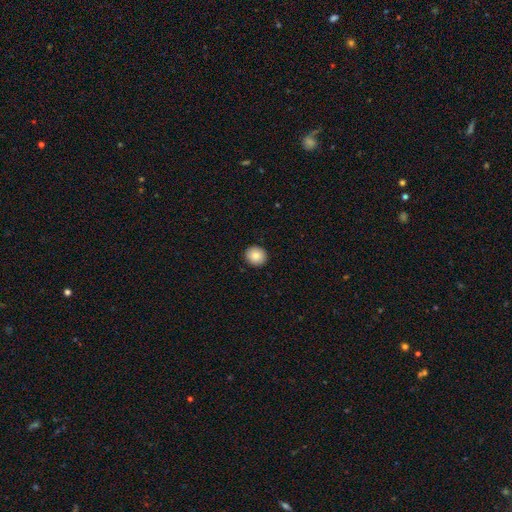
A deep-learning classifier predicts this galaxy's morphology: Smooth or featured? smooth (86%)
How rounded? round (89%)
Merging? none (92%)